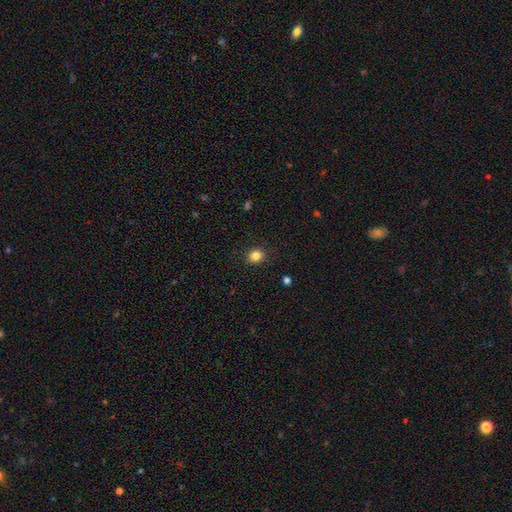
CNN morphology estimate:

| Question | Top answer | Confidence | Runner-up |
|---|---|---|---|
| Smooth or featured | smooth | 84% | star or artifact (11%) |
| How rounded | round | 78% | in between (21%) |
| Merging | none | 90% | minor disturbance (7%) |